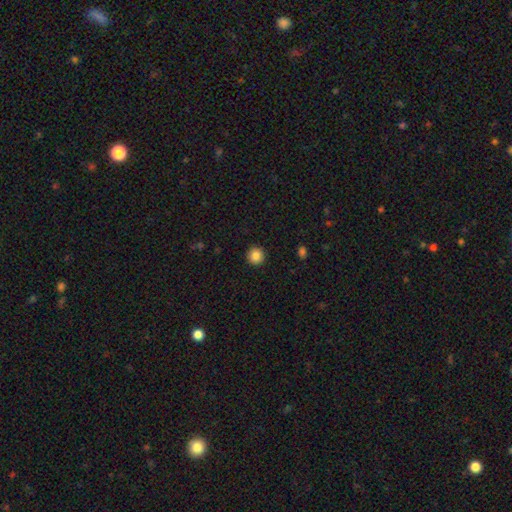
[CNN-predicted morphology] smooth_or_featured: smooth (p=0.86) [alt: star or artifact p=0.10]
how_rounded: round (p=0.95) [alt: in between p=0.04]
merging: none (p=0.93) [alt: minor disturbance p=0.05]